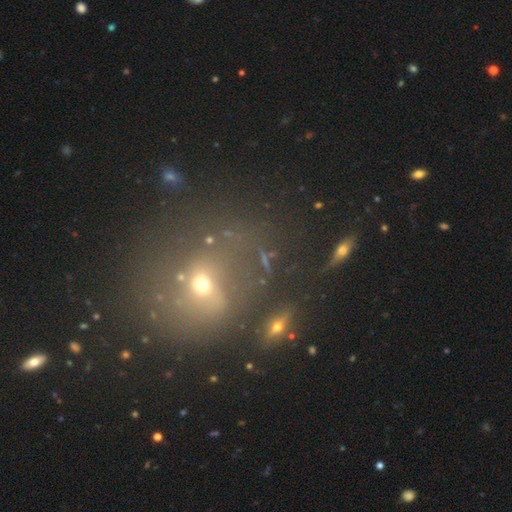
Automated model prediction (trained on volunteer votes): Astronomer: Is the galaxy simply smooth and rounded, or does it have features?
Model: smooth — 39% (runner-up: star or artifact, 35%).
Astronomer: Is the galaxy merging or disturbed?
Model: none — 60%.